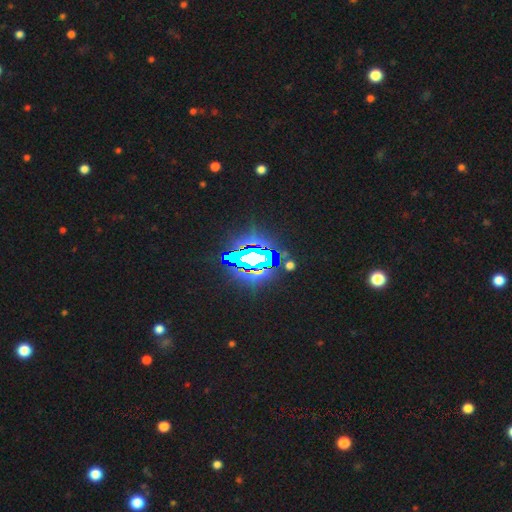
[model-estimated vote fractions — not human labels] Smooth or featured? Predicted: star or artifact (p=0.79).